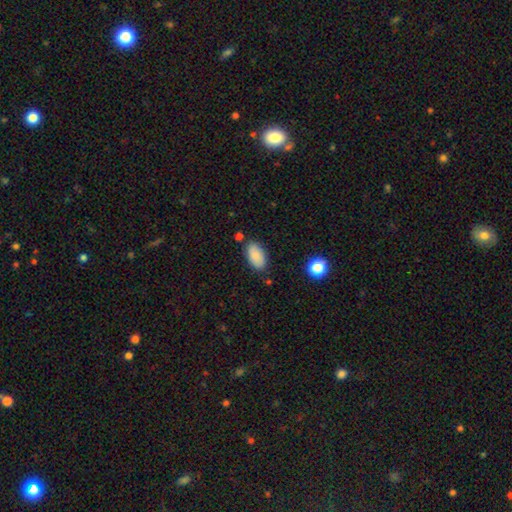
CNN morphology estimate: The model was most divided on "merging": none: 82%, minor disturbance: 12%, merger: 3%, major disturbance: 3%. More confident: how rounded — in between (94%); smooth or featured — smooth (87%).